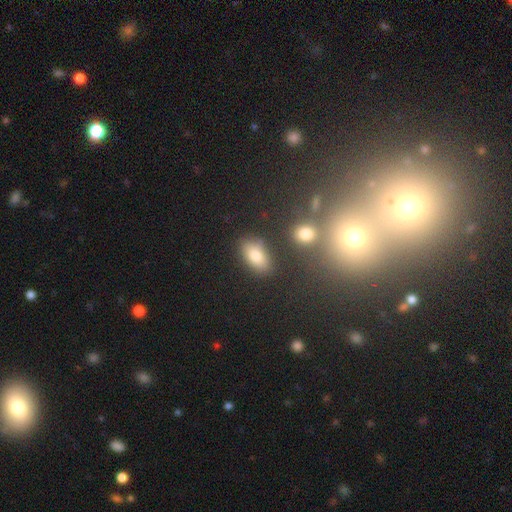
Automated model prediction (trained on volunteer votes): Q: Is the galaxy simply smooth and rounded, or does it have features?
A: smooth — 81%.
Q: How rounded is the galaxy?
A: in between — 89%.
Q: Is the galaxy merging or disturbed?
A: none — 77%.